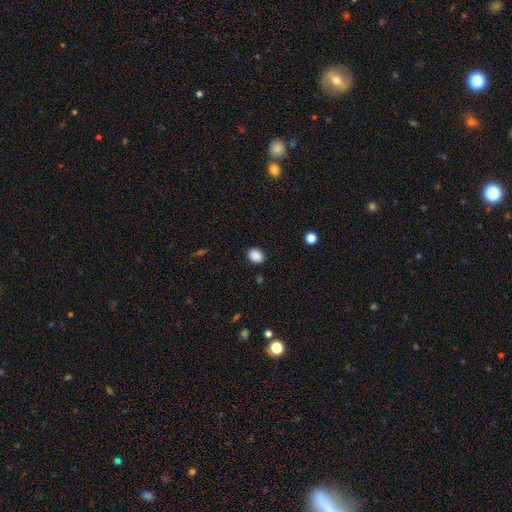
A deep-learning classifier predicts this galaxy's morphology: This appears to be a smooth galaxy with no disk features (89%) that is in between round and cigar-shaped (62%). Merging: none (89%).